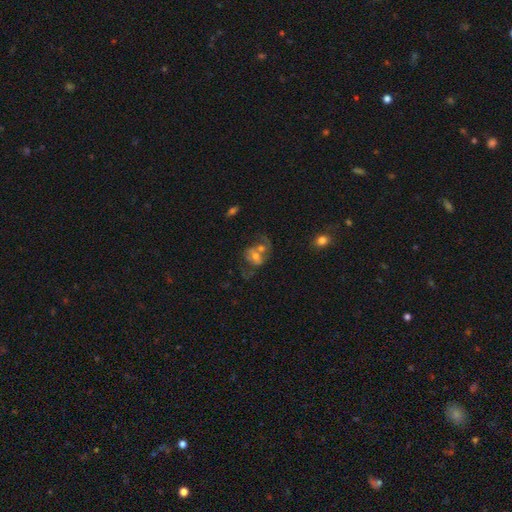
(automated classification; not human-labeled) Smooth or featured? Predicted: featured or disk (p=0.52). Edge-on disk? Predicted: no (p=0.96). Bar? Predicted: no (p=0.69). Spiral arms? Predicted: yes (p=0.53). Bulge size? Predicted: moderate (p=0.53). Merging? Predicted: merger (p=0.50).